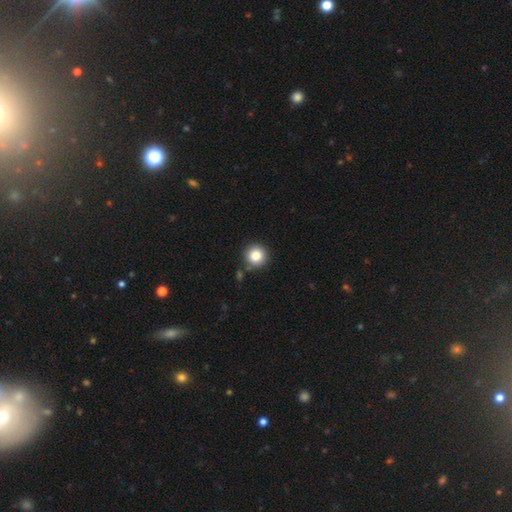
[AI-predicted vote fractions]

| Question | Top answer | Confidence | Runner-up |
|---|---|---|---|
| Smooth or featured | smooth | 82% | star or artifact (10%) |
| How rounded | round | 95% | in between (4%) |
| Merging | none | 83% | minor disturbance (9%) |